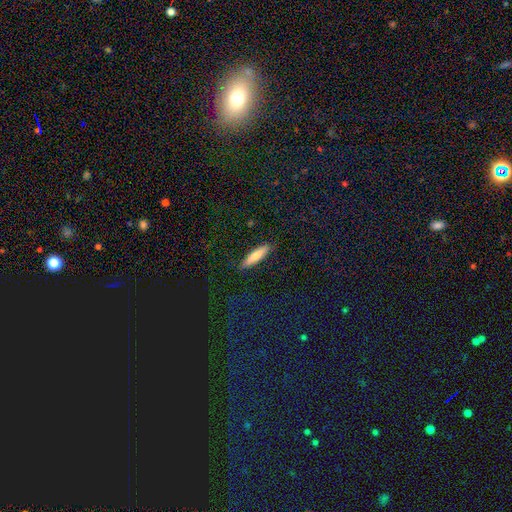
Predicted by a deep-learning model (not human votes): This is likely a smooth galaxy (74%). How rounded: likely cigar-shaped (79%). Merging: clearly none (88%).